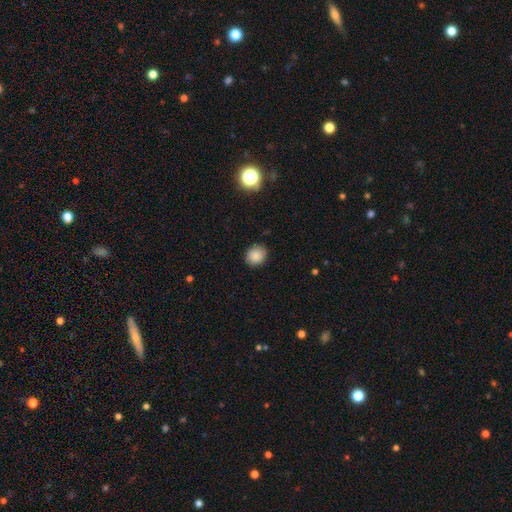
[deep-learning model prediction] A smooth galaxy with no disk features (87%) that is round (71%). Merging: none (85%).